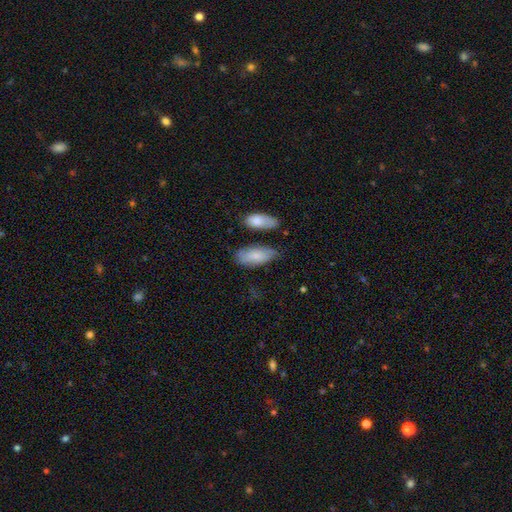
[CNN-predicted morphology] Smooth or featured? Predicted: smooth (p=0.75). How rounded? Predicted: in between (p=0.88). Merging? Predicted: none (p=0.58).